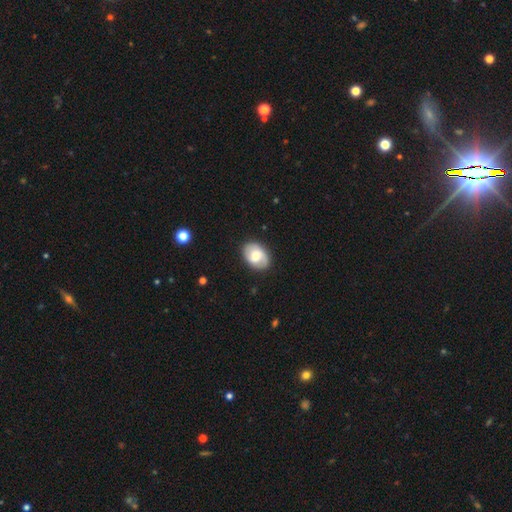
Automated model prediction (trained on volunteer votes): This appears to be a smooth galaxy with no disk features (50%) that is in between round and cigar-shaped (77%). Merging: none (82%).